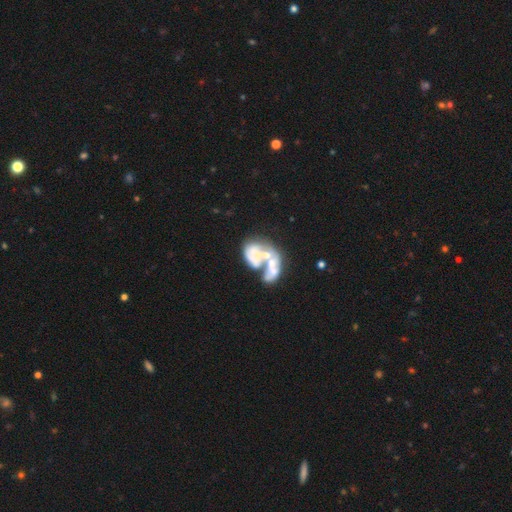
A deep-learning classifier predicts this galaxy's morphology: A featured or disk galaxy (67%) with no bar (88%), no spiral arms (82%) and no central bulge (53%).

Vote fractions:
- Smooth or featured? featured or disk: 67% / smooth: 23% / star or artifact: 10%
- Edge-on disk? no: 98% / yes: 2%
- Bar? no: 88% / weak: 8% / strong: 4%
- Spiral arms? no: 82% / yes: 18%
- Bulge size? none: 53% / moderate: 22% / small: 17% / large: 6% / dominant: 2%
- Merging? merger: 62% / major disturbance: 20% / none: 11% / minor disturbance: 7%